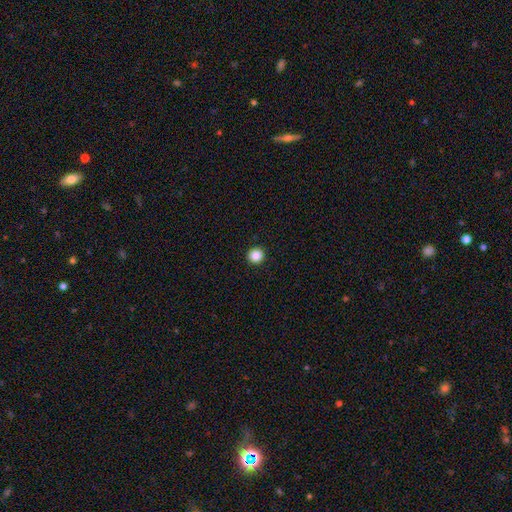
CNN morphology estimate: This is clearly a smooth galaxy (87%). How rounded: clearly round (95%). Merging: clearly none (94%).